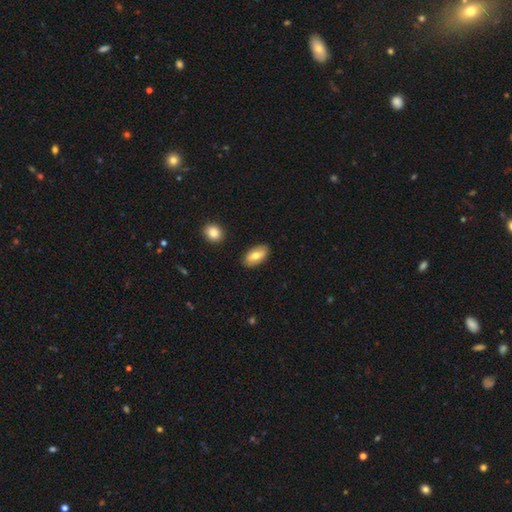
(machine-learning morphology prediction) Q: Smooth or featured?
A: smooth (69%); runner-up: featured or disk (25%)
Q: How rounded?
A: in between (92%); runner-up: cigar-shaped (4%)
Q: Merging?
A: none (87%); runner-up: minor disturbance (9%)